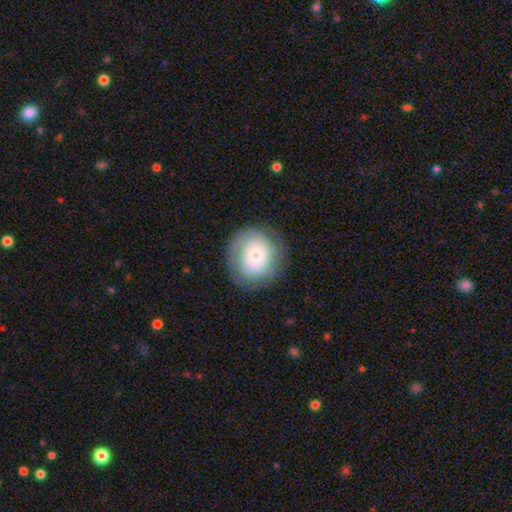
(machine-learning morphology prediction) Overall: featured or disk (49%; smooth 43%). Merging: none (80%).